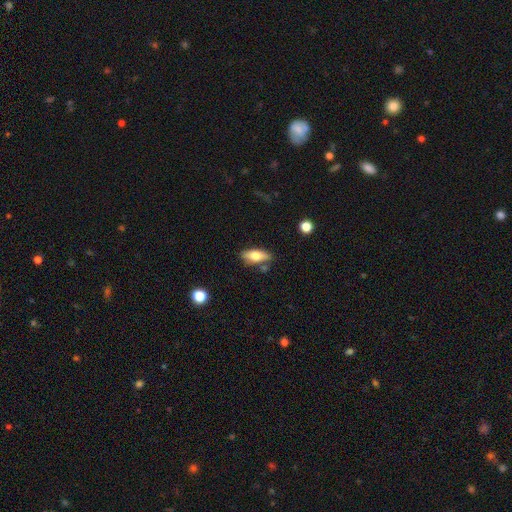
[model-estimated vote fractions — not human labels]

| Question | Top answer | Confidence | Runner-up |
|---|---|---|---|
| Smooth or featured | smooth | 65% | featured or disk (28%) |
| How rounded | in between | 75% | cigar-shaped (21%) |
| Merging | none | 73% | minor disturbance (16%) |